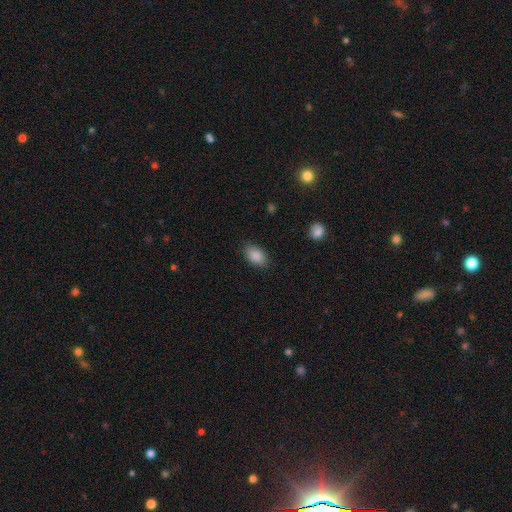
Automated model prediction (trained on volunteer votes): Q: Smooth or featured?
A: smooth (88%); runner-up: star or artifact (7%)
Q: How rounded?
A: in between (91%); runner-up: round (7%)
Q: Merging?
A: none (85%); runner-up: minor disturbance (11%)